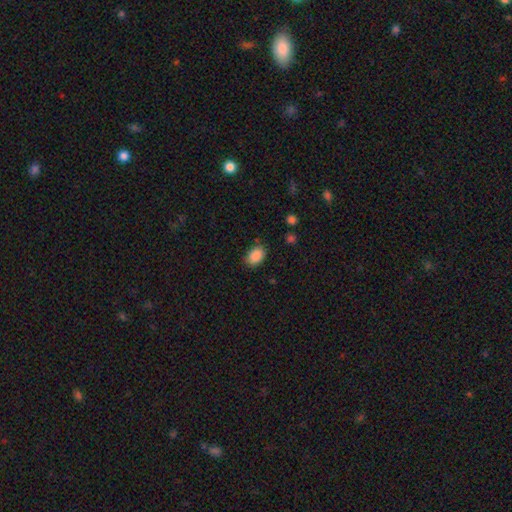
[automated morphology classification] Overall: smooth (88%). How rounded: in between (81%). Merging: none (78%).